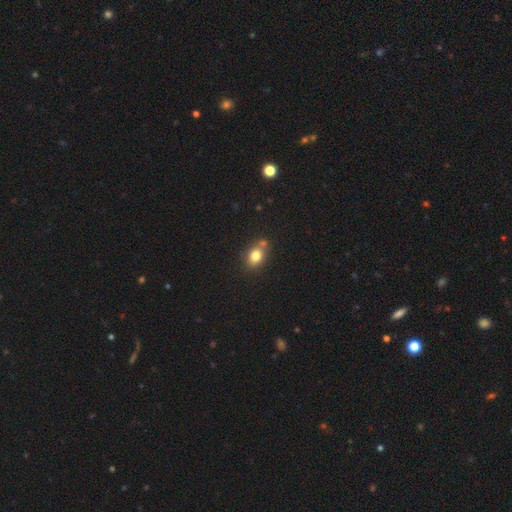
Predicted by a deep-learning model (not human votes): Smooth or featured: smooth — 79% (star or artifact — 11%)
How rounded: in between — 64% (round — 35%)
Merging: none — 62% (merger — 21%)